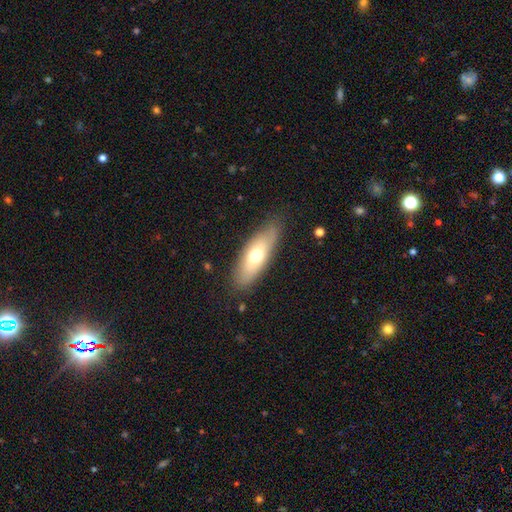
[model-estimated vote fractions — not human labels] This is likely a smooth galaxy (63%). How rounded: likely in between (64%). Merging: clearly none (81%).